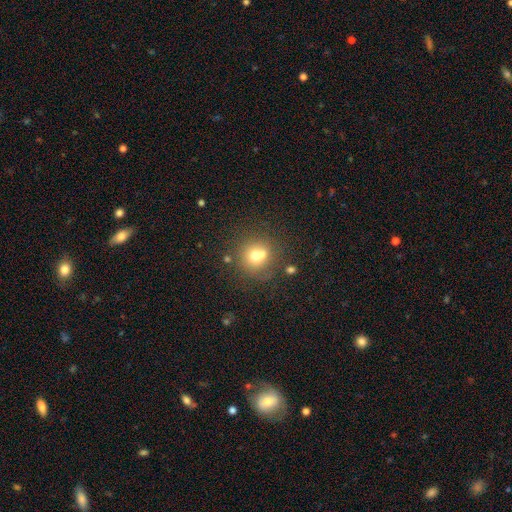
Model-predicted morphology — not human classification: A smooth galaxy with no disk features (67%) that is round (86%).

Vote fractions:
- Smooth or featured? smooth: 67% / featured or disk: 20% / star or artifact: 14%
- How rounded? round: 86% / in between: 13% / cigar-shaped: 1%
- Merging? none: 51% / merger: 33% / minor disturbance: 11% / major disturbance: 5%